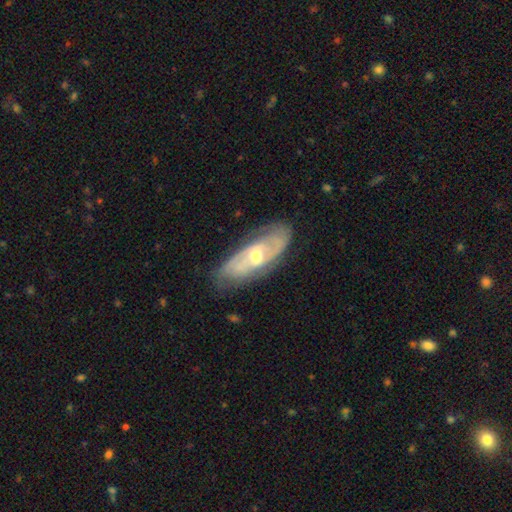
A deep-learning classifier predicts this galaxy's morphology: featured or disk 75%, smooth 19%, star or artifact 6%. Down the decision tree: edge-on disk — no (85%); bar — no (52%); spiral arms — yes (80%); spiral arm count — 2 (48%); spiral winding — tight (50%); bulge size — moderate (69%); merging — none (74%).